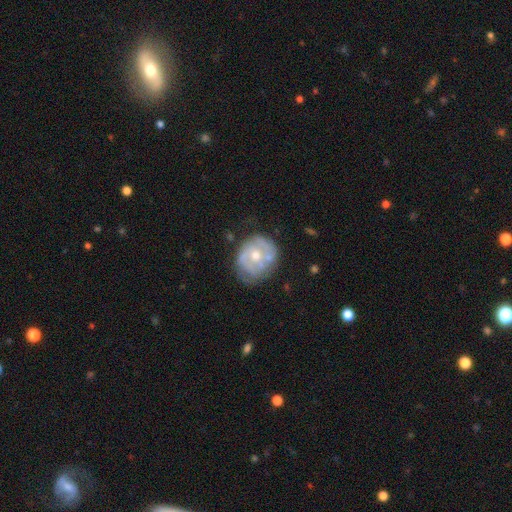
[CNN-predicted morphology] Smooth or featured: featured or disk — 64% (smooth — 30%)
Edge-on disk: no — 97% (yes — 3%)
Bar: no — 78% (weak — 18%)
Spiral arms: yes — 53% (no — 47%)
Bulge size: moderate — 61% (small — 35%)
Merging: none — 56% (minor disturbance — 26%)